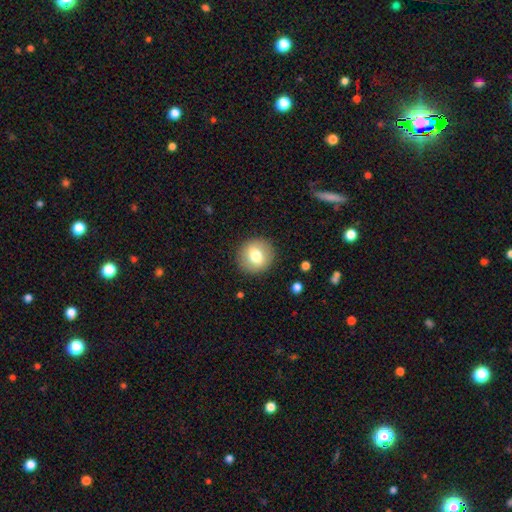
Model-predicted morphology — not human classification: This is likely a smooth galaxy (73%). How rounded: clearly round (88%). Merging: clearly none (90%).